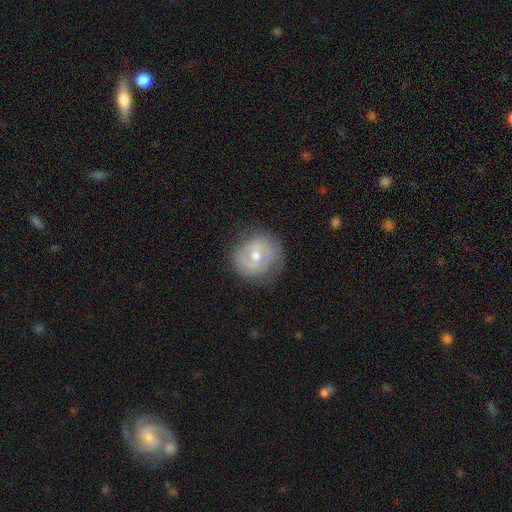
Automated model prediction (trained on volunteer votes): This is likely a featured or disk galaxy (64%). It is clearly not viewed edge-on (97%). Bar: possibly weak (46%). Spiral arm pattern: likely yes (73%). Central bulge: possibly moderate (54%). Merging: likely none (74%).